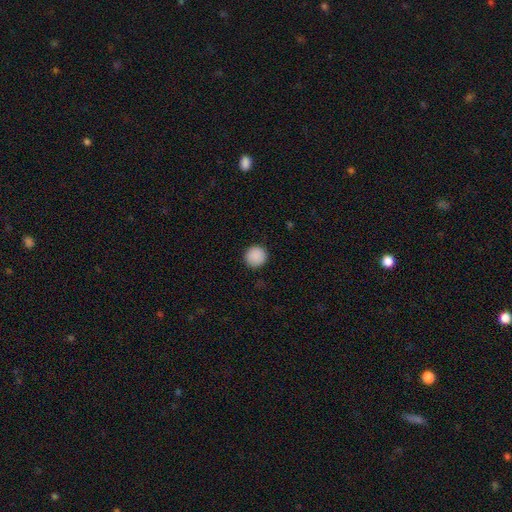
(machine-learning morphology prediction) smooth 90%, star or artifact 8%, featured or disk 2%. Down the decision tree: how rounded — round (95%); merging — none (91%).